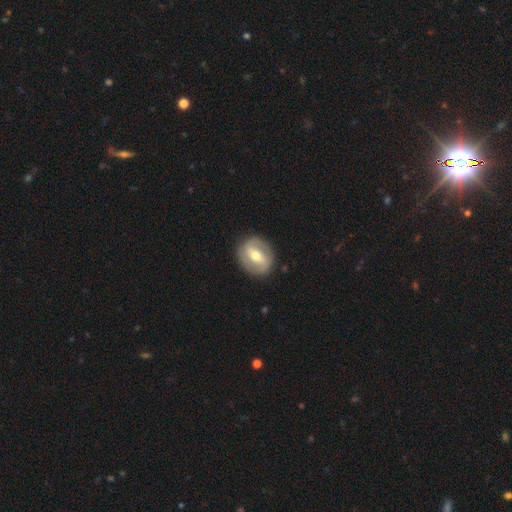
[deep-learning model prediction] A featured or disk galaxy (65%) with a strong bar (49%), spiral arms (60%) and a moderate central bulge (68%). Merging: none (87%).